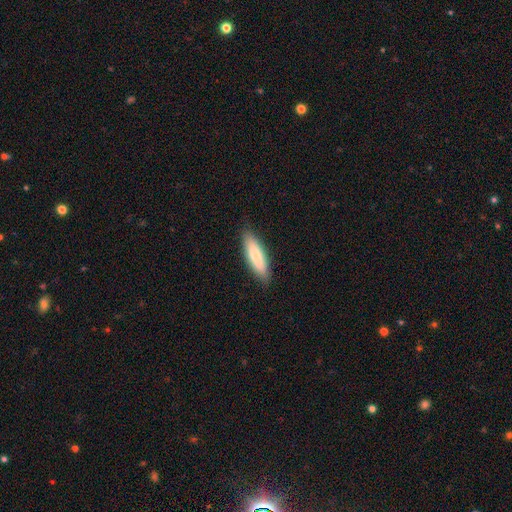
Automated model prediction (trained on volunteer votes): smooth-or-featured: smooth: 82% | featured or disk: 13% | star or artifact: 5%
  how-rounded: cigar-shaped: 59% | in between: 40% | round: 1%
  merging: none: 87% | minor disturbance: 10% | major disturbance: 2% | merger: 1%